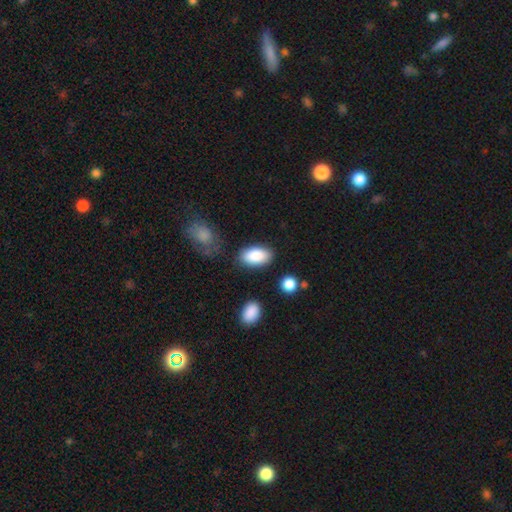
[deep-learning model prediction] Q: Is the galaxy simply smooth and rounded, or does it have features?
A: smooth — 87%.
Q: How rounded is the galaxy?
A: in between — 94%.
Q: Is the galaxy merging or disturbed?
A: none — 81%.